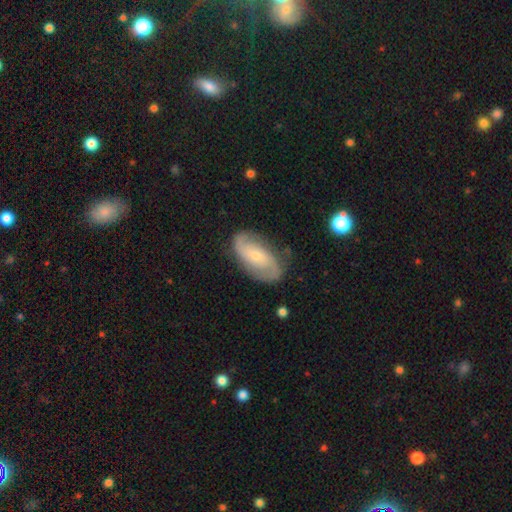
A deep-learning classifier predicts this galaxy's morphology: A featured or disk galaxy (78%) with no bar (49%), 2 (89%) medium (45%) spiral arms (95%) and a small central bulge (61%).

Vote fractions:
- Smooth or featured? featured or disk: 78% / smooth: 16% / star or artifact: 6%
- Edge-on disk? no: 96% / yes: 4%
- Bar? no: 49% / weak: 39% / strong: 11%
- Spiral arms? yes: 95% / no: 5%
- Spiral winding? medium: 45% / loose: 31% / tight: 24%
- Spiral arm count? 2: 89% / can't tell: 6% / 1: 2% / 3: 2% / 4: 1% / more than 4: 1%
- Bulge size? small: 61% / moderate: 30% / none: 5% / large: 3% / dominant: 1%
- Merging? none: 78% / minor disturbance: 15% / major disturbance: 5% / merger: 2%